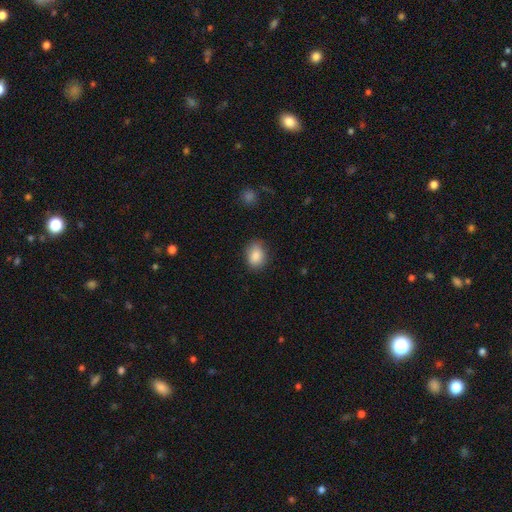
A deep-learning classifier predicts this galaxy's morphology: A smooth galaxy with no disk features (87%) that is in between round and cigar-shaped (63%). Merging: none (81%).